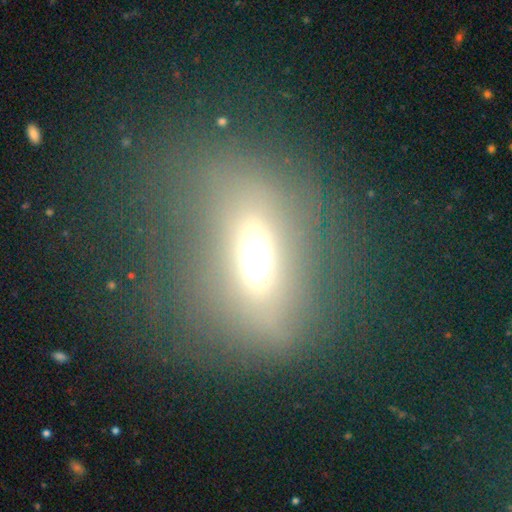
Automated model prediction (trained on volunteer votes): Smooth or featured: featured or disk — 43% (smooth — 31%)
Merging: none — 62% (minor disturbance — 15%)